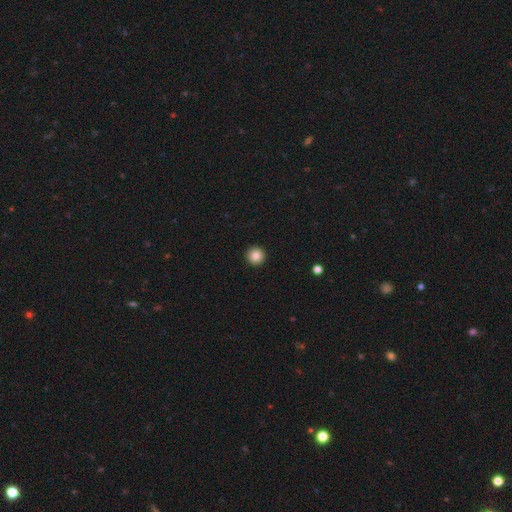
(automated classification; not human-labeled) Overall: smooth (84%). How rounded: round (96%). Merging: none (94%).